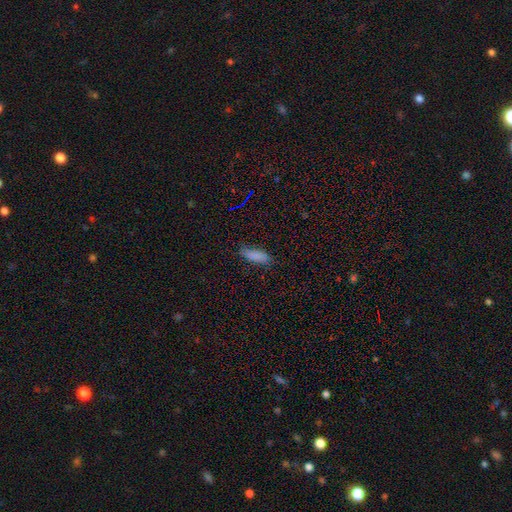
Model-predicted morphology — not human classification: This is clearly a smooth galaxy (83%). How rounded: likely in between (61%). Merging: likely none (74%).